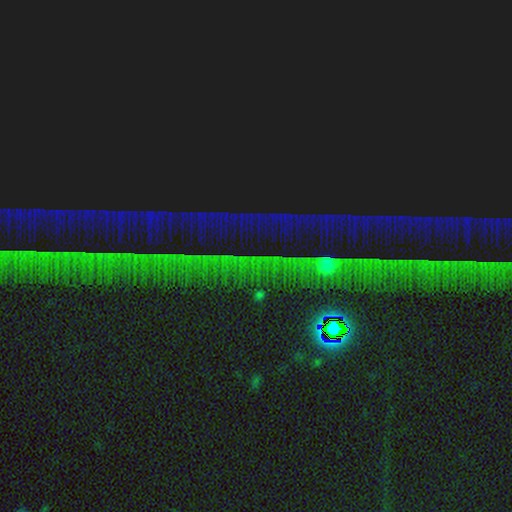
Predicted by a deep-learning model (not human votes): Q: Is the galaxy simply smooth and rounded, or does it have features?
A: star or artifact — 83%.